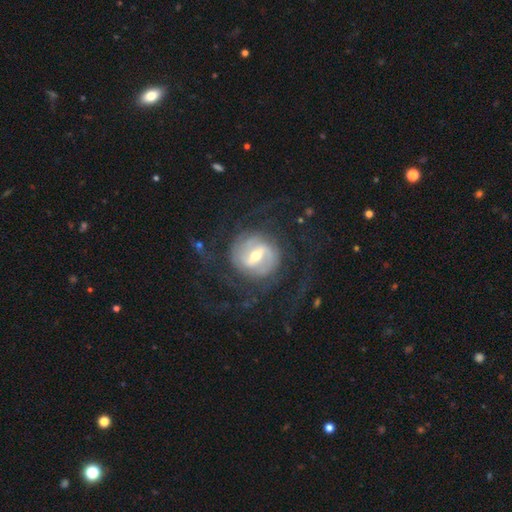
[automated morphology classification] This appears to be a featured or disk galaxy (86%) with a strong bar (50%), 2 (60%) medium (38%) spiral arms (91%) and a moderate central bulge (59%). Merging: none (70%).